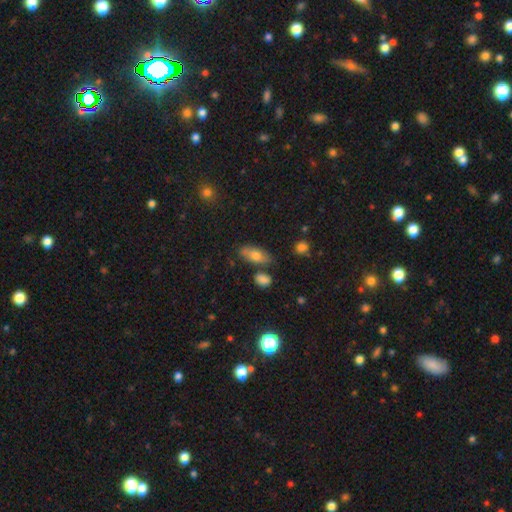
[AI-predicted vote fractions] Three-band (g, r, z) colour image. It shows a smooth galaxy with no disk features (74%) that is in between round and cigar-shaped (85%). Merging: none (73%).